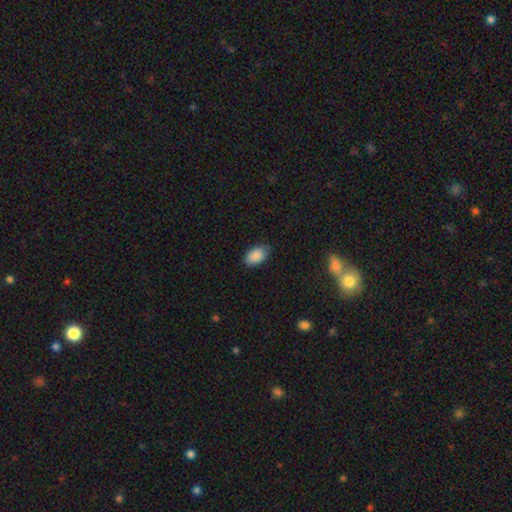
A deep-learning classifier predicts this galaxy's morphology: type=smooth (89%); roundness=in between (92%); merging=none (83%).